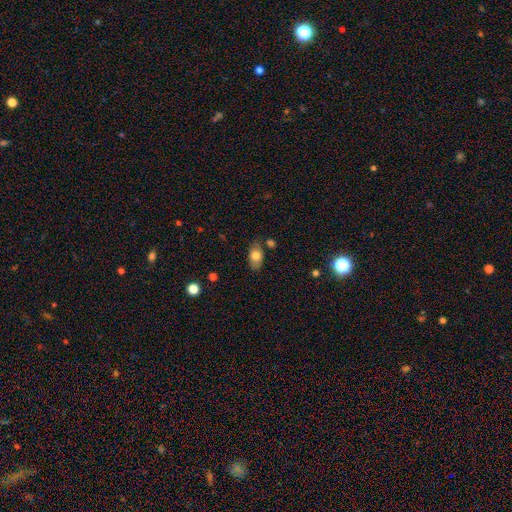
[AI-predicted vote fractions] A smooth galaxy with no disk features (77%) that is in between round and cigar-shaped (89%). Merging: none (74%).